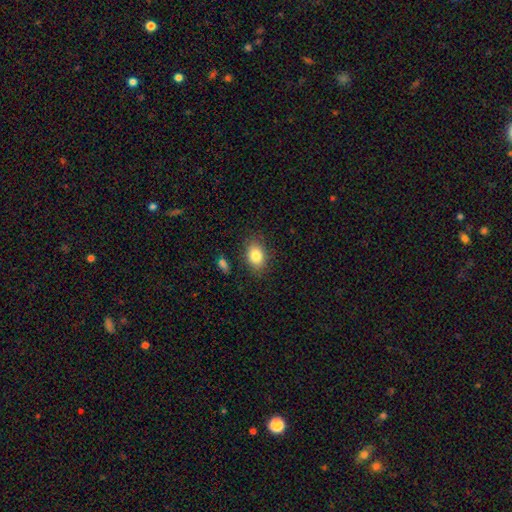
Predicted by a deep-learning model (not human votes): Smooth or featured?
  - smooth: 84% *
  - star or artifact: 8%
  - featured or disk: 8%
How rounded?
  - in between: 76% *
  - round: 22%
  - cigar-shaped: 1%
Merging?
  - none: 83% *
  - minor disturbance: 11%
  - major disturbance: 3%
  - merger: 2%